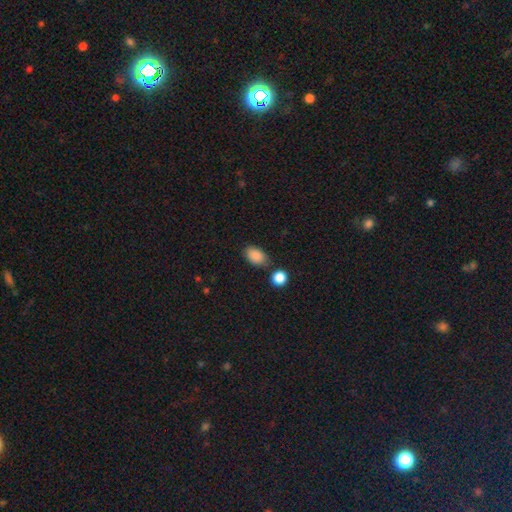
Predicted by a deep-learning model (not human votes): This is clearly a smooth galaxy (88%). How rounded: clearly in between (88%). Merging: likely none (74%).